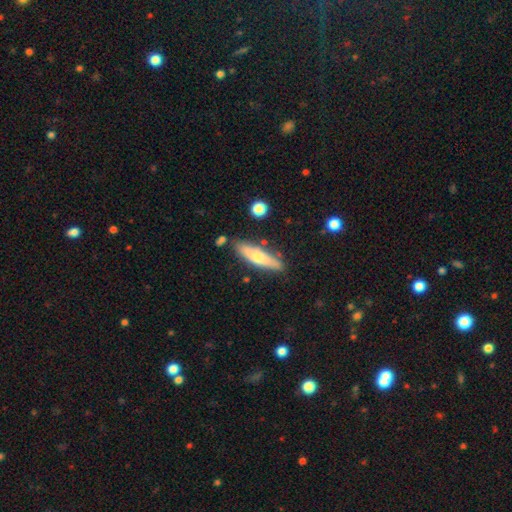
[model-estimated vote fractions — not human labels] This appears to be a smooth galaxy with no disk features (59%) that is cigar-shaped (74%). Merging: none (81%).